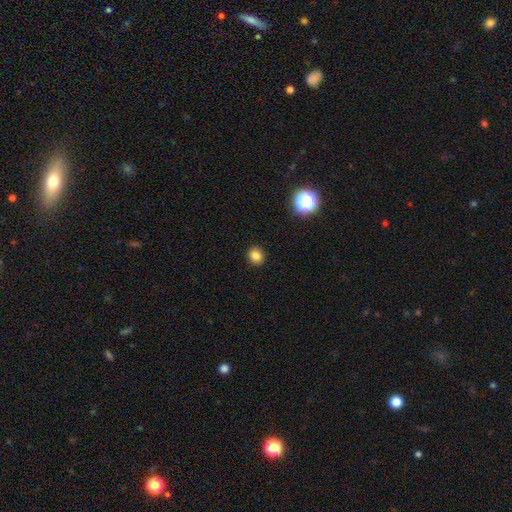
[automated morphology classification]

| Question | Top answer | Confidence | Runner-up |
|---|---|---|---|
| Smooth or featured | smooth | 83% | star or artifact (13%) |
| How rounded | round | 85% | in between (14%) |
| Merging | none | 92% | minor disturbance (5%) |